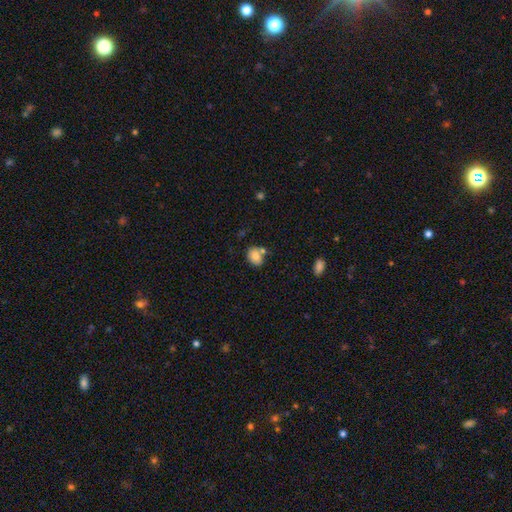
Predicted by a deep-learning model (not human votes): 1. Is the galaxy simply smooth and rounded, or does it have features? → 82% smooth, 9% featured or disk, 9% star or artifact.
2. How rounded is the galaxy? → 58% in between, 41% round, 1% cigar-shaped.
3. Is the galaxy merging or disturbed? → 56% none, 23% merger, 16% minor disturbance, 5% major disturbance.